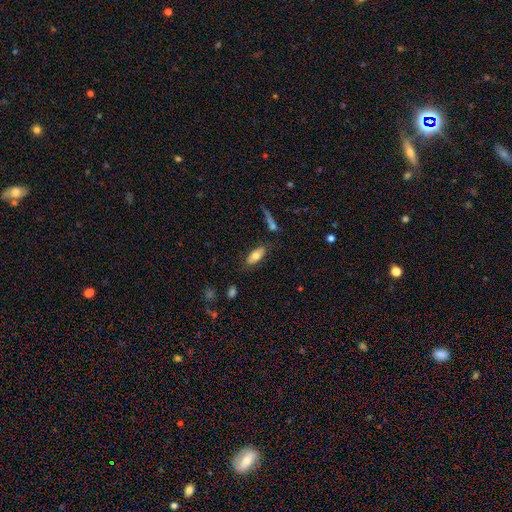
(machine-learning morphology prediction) Q: Smooth or featured?
A: smooth (73%); runner-up: featured or disk (20%)
Q: How rounded?
A: in between (84%); runner-up: cigar-shaped (14%)
Q: Merging?
A: none (78%); runner-up: minor disturbance (14%)